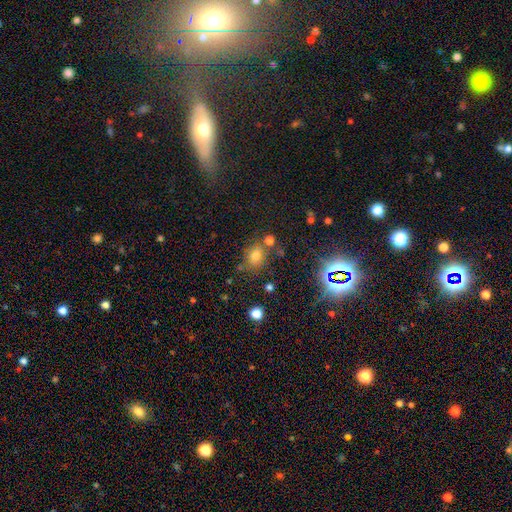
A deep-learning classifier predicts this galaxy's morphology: A smooth galaxy with no disk features (70%) that is round (51%). Merging: none (67%).